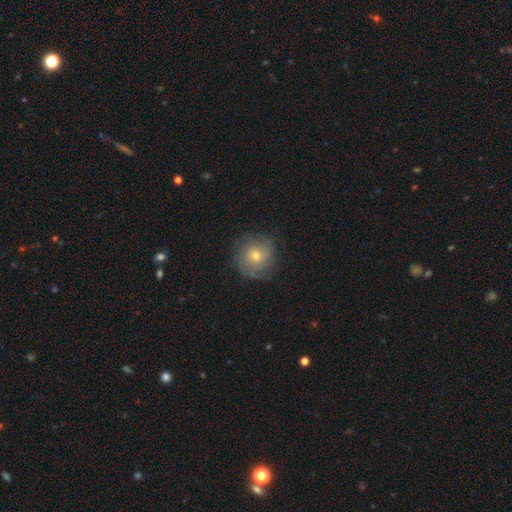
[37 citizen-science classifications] A featured or disk galaxy (81%) with no bar (83%), tight (70%) spiral arms (93%) and a moderate central bulge (66%). Merging: none (91%).